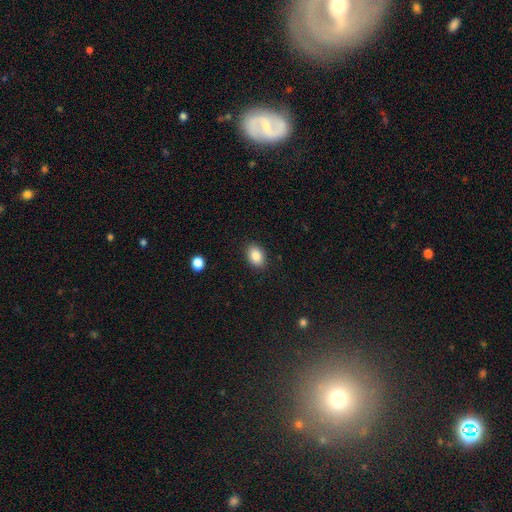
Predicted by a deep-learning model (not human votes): A smooth galaxy with no disk features (87%) that is in between round and cigar-shaped (81%).

Vote fractions:
- Smooth or featured? smooth: 87% / star or artifact: 8% / featured or disk: 5%
- How rounded? in between: 81% / round: 18% / cigar-shaped: 1%
- Merging? none: 88% / minor disturbance: 9% / major disturbance: 2% / merger: 1%